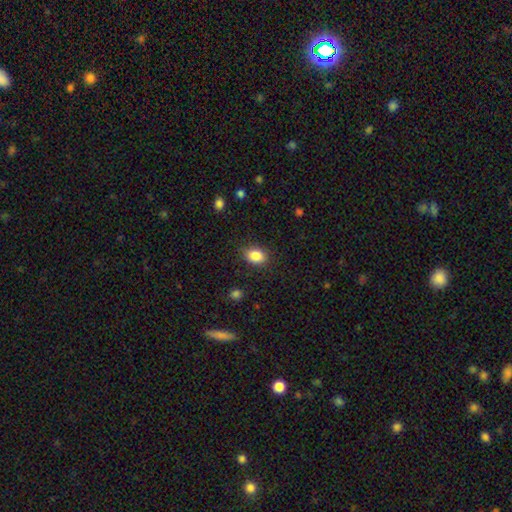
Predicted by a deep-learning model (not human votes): smooth 86%, star or artifact 9%, featured or disk 5%. Down the decision tree: how rounded — in between (69%); merging — none (84%).